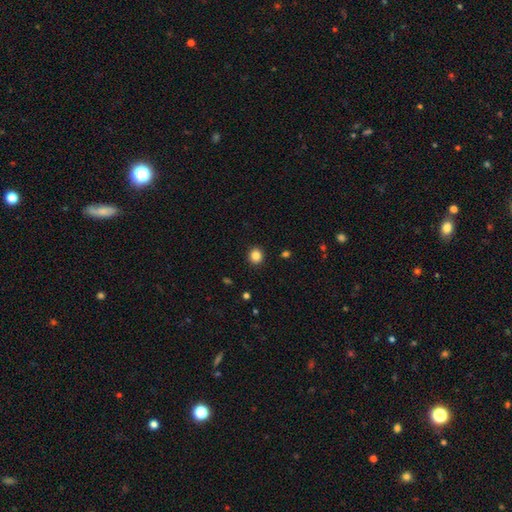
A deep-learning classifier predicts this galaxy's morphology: type=smooth (86%); roundness=round (89%); merging=none (92%).